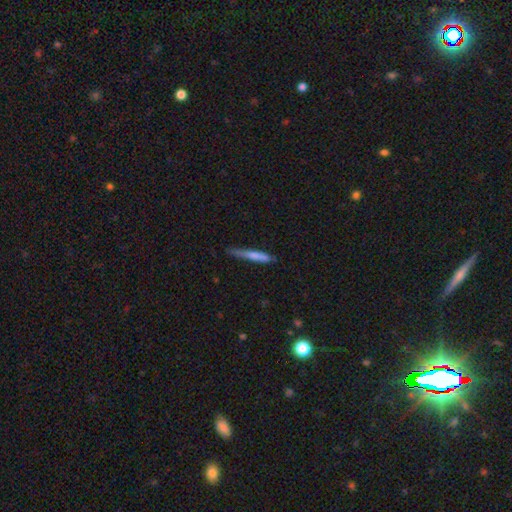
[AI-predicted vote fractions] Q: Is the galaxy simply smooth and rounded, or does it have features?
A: smooth — 69%.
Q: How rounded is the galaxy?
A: cigar-shaped — 94%.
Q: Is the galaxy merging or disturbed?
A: none — 62%.